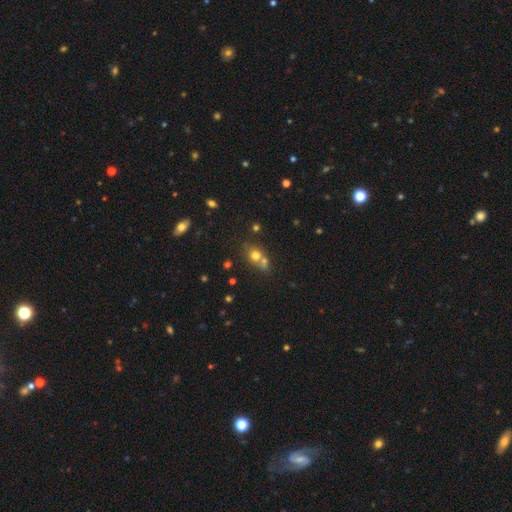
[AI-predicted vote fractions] smooth-or-featured: smooth: 69% | star or artifact: 16% | featured or disk: 15%
  how-rounded: round: 73% | in between: 25% | cigar-shaped: 2%
  merging: merger: 46% | none: 41% | minor disturbance: 9% | major disturbance: 4%